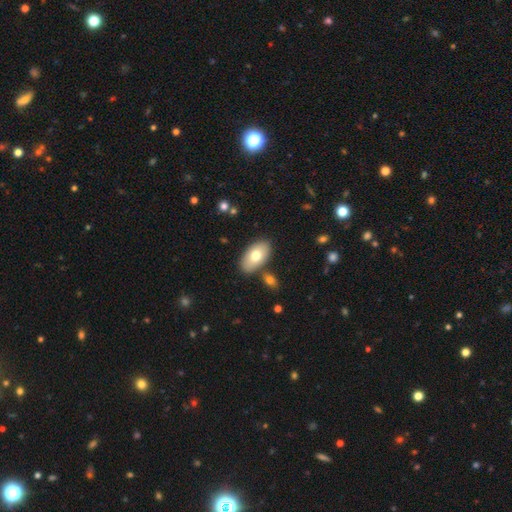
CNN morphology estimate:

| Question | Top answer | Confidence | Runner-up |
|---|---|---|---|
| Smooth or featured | smooth | 72% | featured or disk (21%) |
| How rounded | in between | 94% | round (4%) |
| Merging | none | 80% | minor disturbance (10%) |